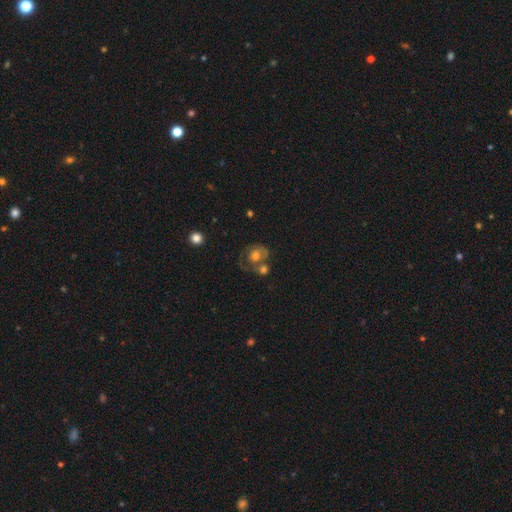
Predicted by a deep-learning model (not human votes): This is possibly a featured or disk galaxy (47%). Merging: marginally none (36%).